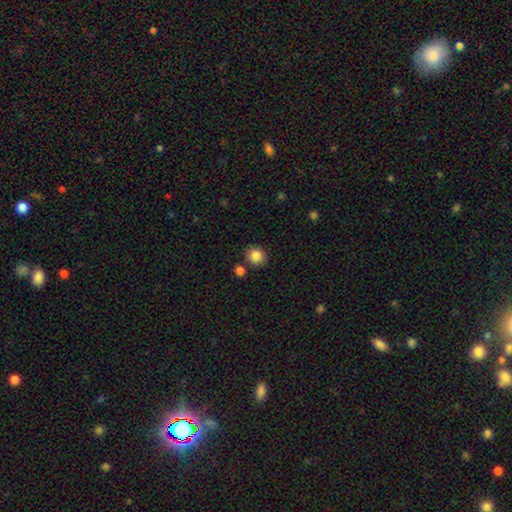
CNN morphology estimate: The model was most divided on "how rounded": round: 84%, in between: 15%, cigar-shaped: 1%. More confident: smooth or featured — smooth (86%); merging — none (83%).